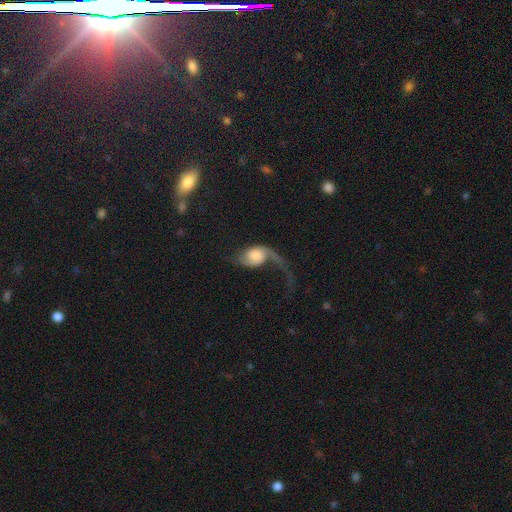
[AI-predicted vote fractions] Smooth or featured: featured or disk — 64% (smooth — 28%)
Edge-on disk: no — 96% (yes — 4%)
Bar: no — 67% (weak — 27%)
Spiral arms: yes — 90% (no — 10%)
Spiral winding: loose — 84% (medium — 13%)
Spiral arm count: 1 — 50% (2 — 44%)
Bulge size: large — 28% (moderate — 26%)
Merging: major disturbance — 57% (none — 23%)